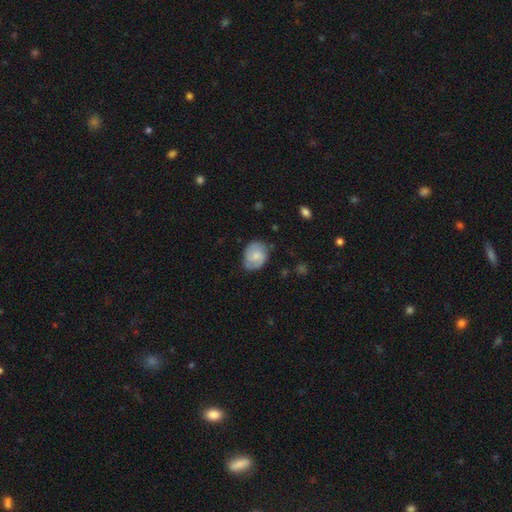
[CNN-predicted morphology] smooth_or_featured: smooth (p=0.59) [alt: featured or disk p=0.34]
how_rounded: round (p=0.51) [alt: in between p=0.48]
merging: none (p=0.67) [alt: minor disturbance p=0.25]